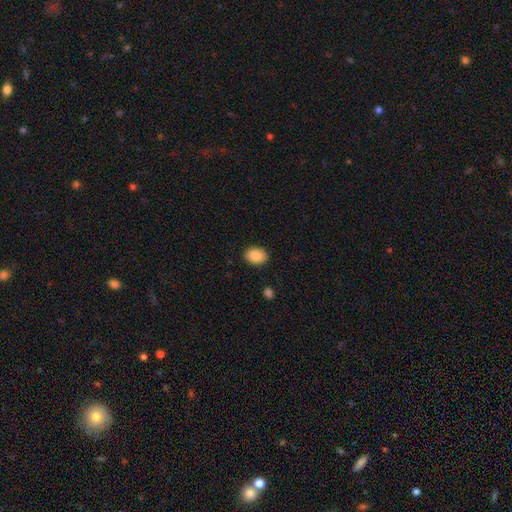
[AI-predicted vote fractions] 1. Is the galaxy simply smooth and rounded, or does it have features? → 89% smooth, 7% star or artifact, 4% featured or disk.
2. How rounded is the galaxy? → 68% in between, 31% round, 1% cigar-shaped.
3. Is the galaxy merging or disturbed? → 89% none, 8% minor disturbance, 2% major disturbance, 1% merger.